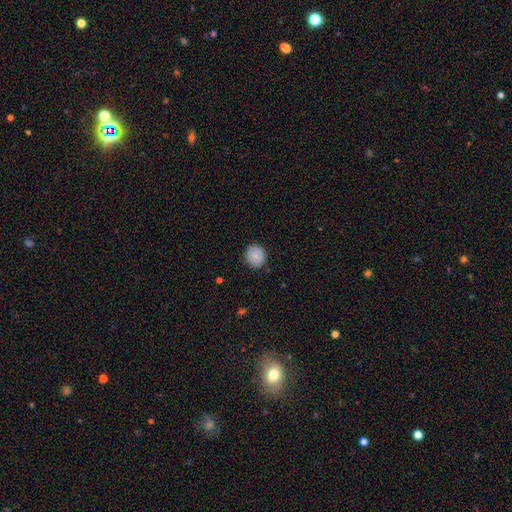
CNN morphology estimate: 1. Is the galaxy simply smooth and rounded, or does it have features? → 83% smooth, 9% featured or disk, 8% star or artifact.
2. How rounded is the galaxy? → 84% round, 15% in between, 1% cigar-shaped.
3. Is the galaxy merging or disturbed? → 87% none, 10% minor disturbance, 2% major disturbance, 1% merger.